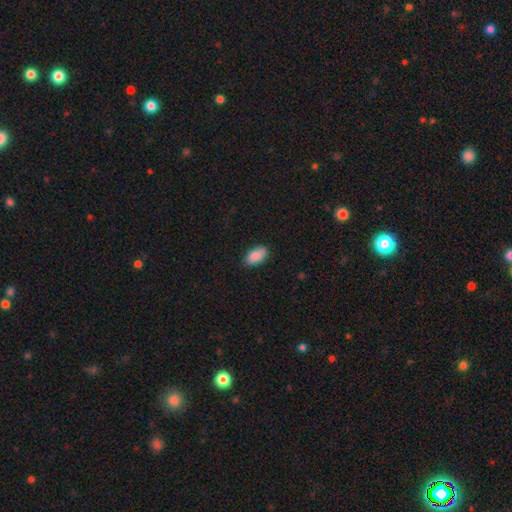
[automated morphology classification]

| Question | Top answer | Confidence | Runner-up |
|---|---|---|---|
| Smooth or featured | smooth | 87% | featured or disk (7%) |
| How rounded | in between | 93% | cigar-shaped (4%) |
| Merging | none | 85% | minor disturbance (12%) |